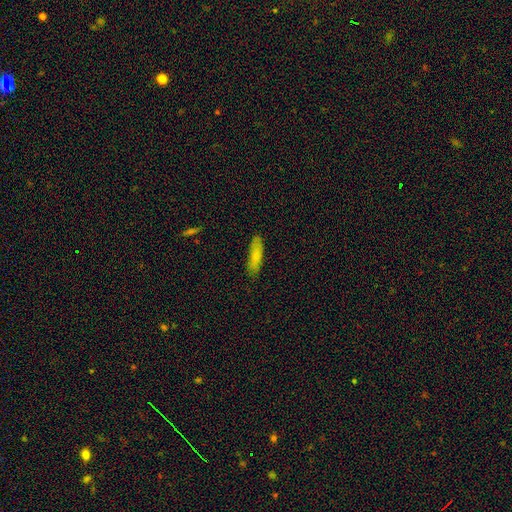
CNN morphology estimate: Overall: smooth (79%). How rounded: cigar-shaped (64%; in between 35%). Merging: none (83%).